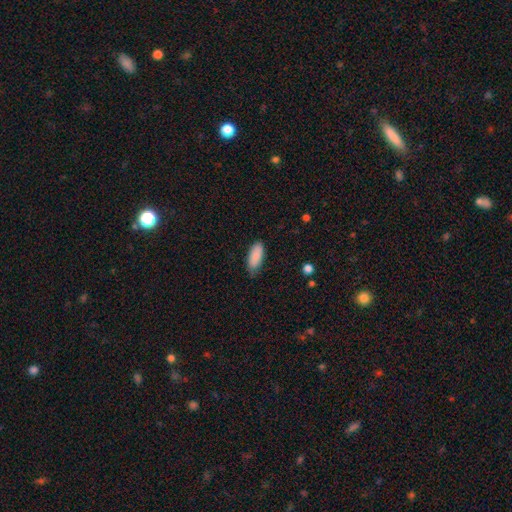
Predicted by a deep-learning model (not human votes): smooth 87%, featured or disk 7%, star or artifact 6%. Down the decision tree: how rounded — in between (85%); merging — none (76%).